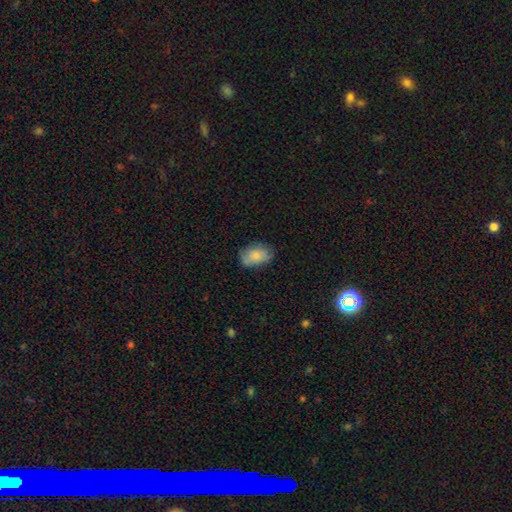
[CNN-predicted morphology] smooth-or-featured: smooth: 81% | featured or disk: 12% | star or artifact: 7%
  how-rounded: in between: 86% | round: 13% | cigar-shaped: 1%
  merging: none: 70% | minor disturbance: 23% | major disturbance: 5% | merger: 2%